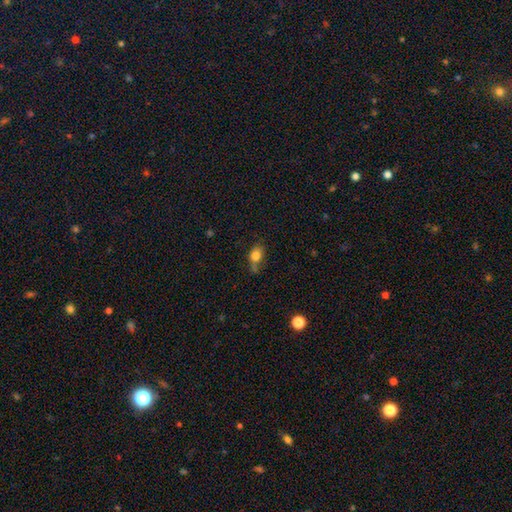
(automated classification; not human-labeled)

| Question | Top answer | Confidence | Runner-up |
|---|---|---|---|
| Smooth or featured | smooth | 78% | star or artifact (11%) |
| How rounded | in between | 62% | round (34%) |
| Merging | none | 46% | minor disturbance (31%) |